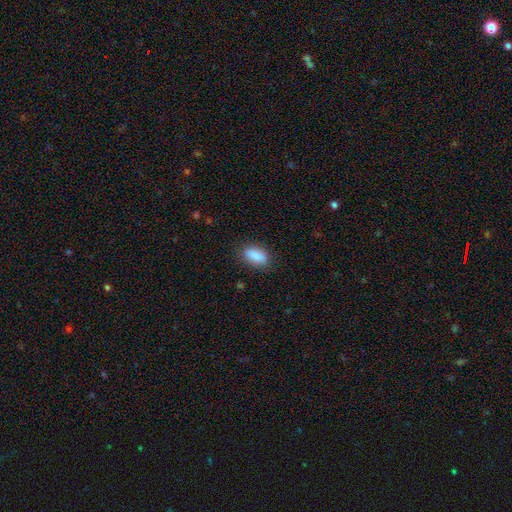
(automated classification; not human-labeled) A smooth galaxy with no disk features (89%) that is in between round and cigar-shaped (88%).

Vote fractions:
- Smooth or featured? smooth: 89% / star or artifact: 7% / featured or disk: 4%
- How rounded? in between: 88% / cigar-shaped: 7% / round: 5%
- Merging? none: 83% / minor disturbance: 13% / major disturbance: 3% / merger: 1%